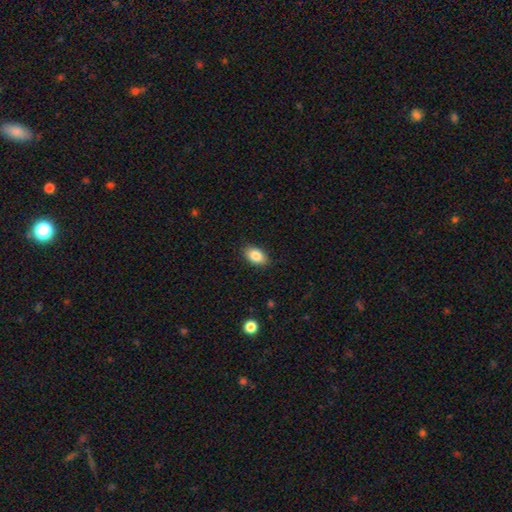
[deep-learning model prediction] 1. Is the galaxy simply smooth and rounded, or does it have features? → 85% smooth, 8% star or artifact, 7% featured or disk.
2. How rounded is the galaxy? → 91% in between, 7% round, 2% cigar-shaped.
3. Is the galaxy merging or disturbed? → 87% none, 10% minor disturbance, 2% major disturbance, 1% merger.